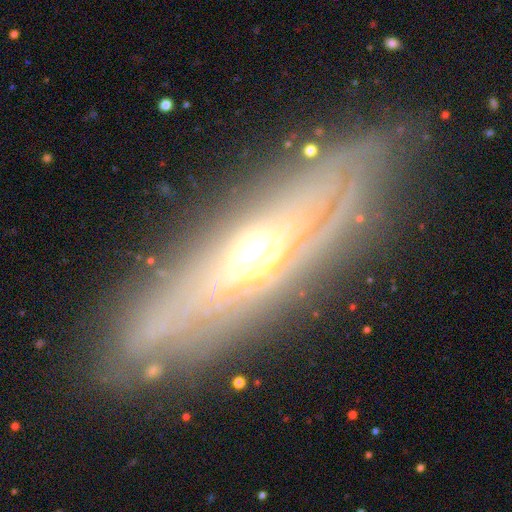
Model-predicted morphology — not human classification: Smooth or featured? Predicted: featured or disk (p=0.77). Edge-on disk? Predicted: yes (p=0.61). Merging? Predicted: none (p=0.83).